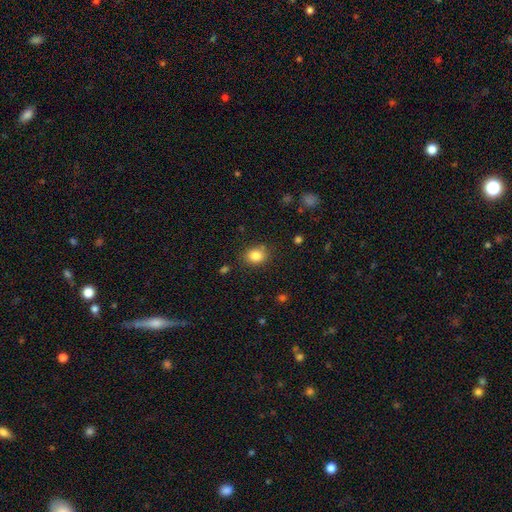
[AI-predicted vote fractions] Q: Smooth or featured?
A: smooth (84%); runner-up: star or artifact (10%)
Q: How rounded?
A: round (54%); runner-up: in between (45%)
Q: Merging?
A: none (82%); runner-up: minor disturbance (12%)